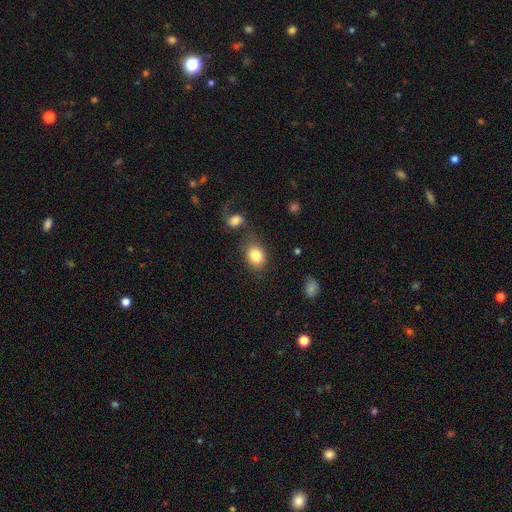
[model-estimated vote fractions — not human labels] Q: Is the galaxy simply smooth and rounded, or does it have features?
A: smooth — 84%.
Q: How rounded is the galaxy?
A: in between — 56%.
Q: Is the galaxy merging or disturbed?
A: none — 66%.